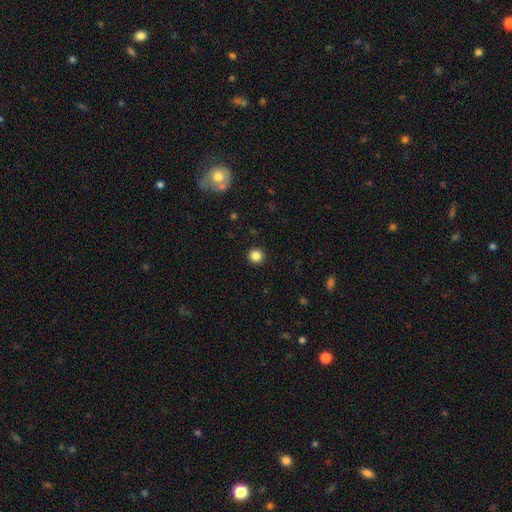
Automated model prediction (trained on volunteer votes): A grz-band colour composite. It shows a smooth galaxy with no disk features (85%) that is round (95%). Merging: none (93%).